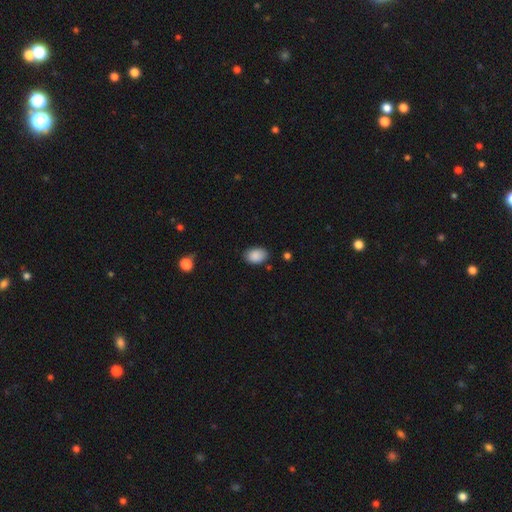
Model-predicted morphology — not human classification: Smooth or featured?
  - smooth: 89% *
  - star or artifact: 8%
  - featured or disk: 4%
How rounded?
  - in between: 85% *
  - round: 14%
  - cigar-shaped: 1%
Merging?
  - none: 81% *
  - minor disturbance: 14%
  - major disturbance: 3%
  - merger: 2%